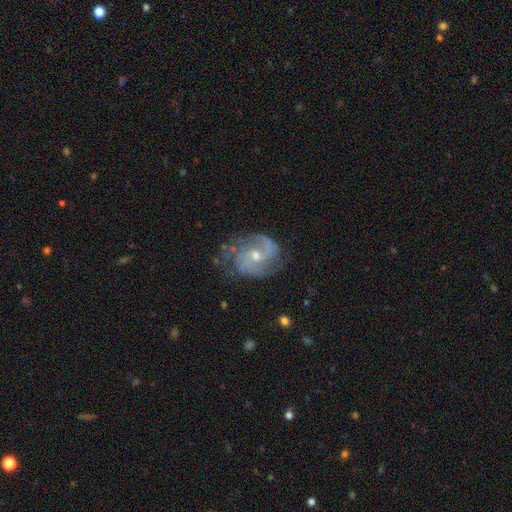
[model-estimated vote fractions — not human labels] Q: Smooth or featured?
A: featured or disk (85%); runner-up: smooth (8%)
Q: Edge-on disk?
A: no (97%); runner-up: yes (3%)
Q: Bar?
A: no (54%); runner-up: weak (38%)
Q: Spiral arms?
A: yes (96%); runner-up: no (4%)
Q: Spiral winding?
A: medium (48%); runner-up: tight (29%)
Q: Spiral arm count?
A: 2 (64%); runner-up: can't tell (13%)
Q: Bulge size?
A: moderate (50%); runner-up: small (47%)
Q: Merging?
A: none (67%); runner-up: minor disturbance (22%)